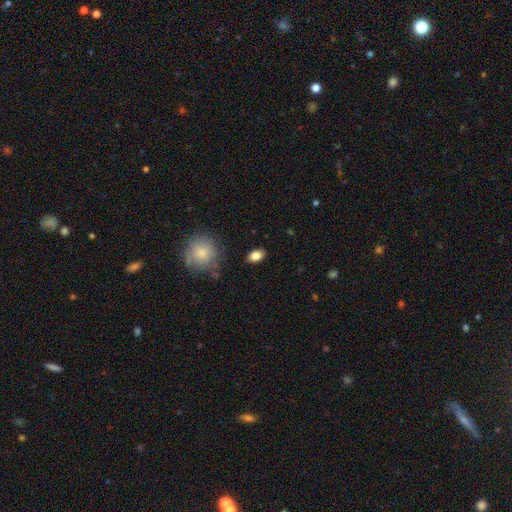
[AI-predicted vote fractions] The model was most divided on "how rounded": in between: 82%, round: 16%, cigar-shaped: 2%. More confident: merging — none (86%); smooth or featured — smooth (82%).